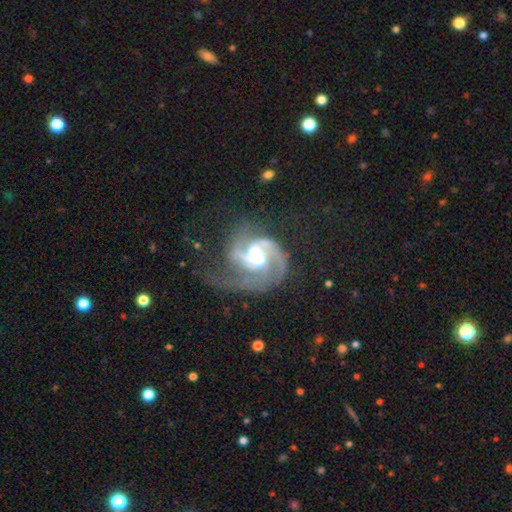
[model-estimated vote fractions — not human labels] This is clearly a featured or disk galaxy (89%). It is clearly not viewed edge-on (98%). Bar: possibly weak (48%). Spiral arm pattern: clearly yes (97%). Spiral arm count: possibly 2 (48%). Spiral winding: possibly medium (52%). Central bulge: possibly moderate (56%). Merging: marginally none (38%).